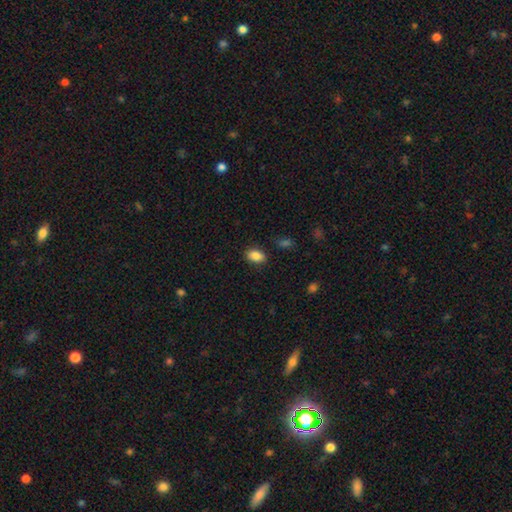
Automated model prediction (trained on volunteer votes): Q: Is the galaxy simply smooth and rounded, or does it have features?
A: smooth — 87%.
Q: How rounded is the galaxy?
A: in between — 87%.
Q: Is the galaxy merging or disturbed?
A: none — 86%.